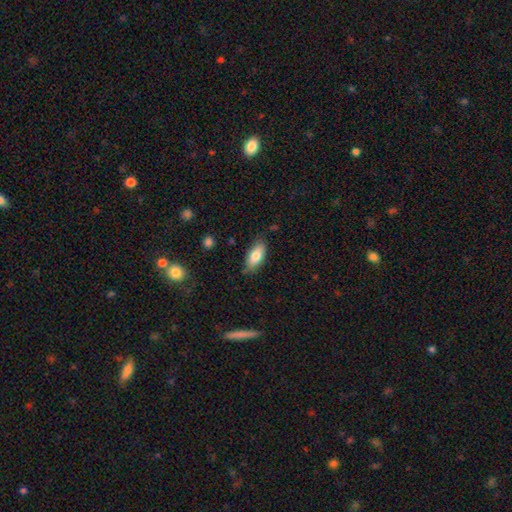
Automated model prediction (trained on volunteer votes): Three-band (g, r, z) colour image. It shows a smooth galaxy with no disk features (78%) that is in between round and cigar-shaped (83%). Merging: none (80%).